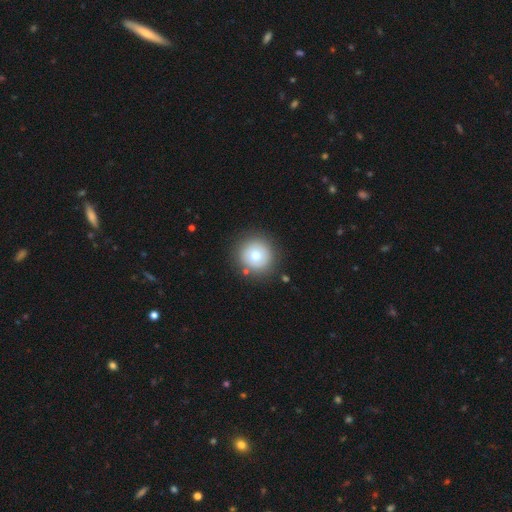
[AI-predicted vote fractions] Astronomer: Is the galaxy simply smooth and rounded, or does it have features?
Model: smooth — 71%.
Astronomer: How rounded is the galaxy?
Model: round — 95%.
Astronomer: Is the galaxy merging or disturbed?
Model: none — 86%.